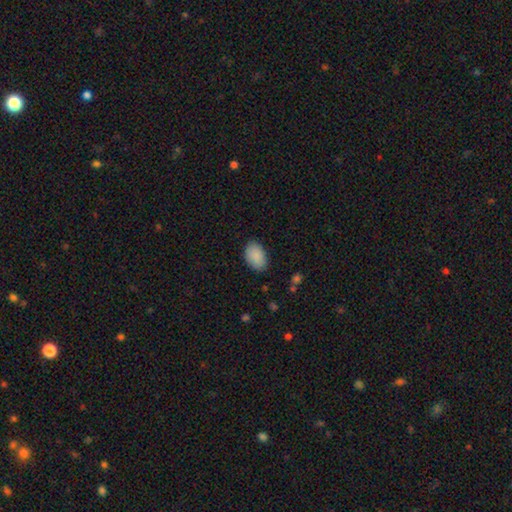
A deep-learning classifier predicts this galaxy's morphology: A smooth galaxy with no disk features (90%) that is in between round and cigar-shaped (89%). Merging: none (85%).